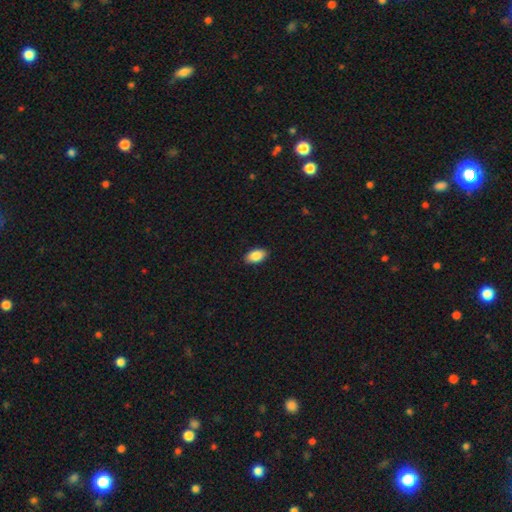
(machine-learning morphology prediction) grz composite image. It shows a smooth galaxy with no disk features (88%) that is in between round and cigar-shaped (93%). Merging: none (90%).